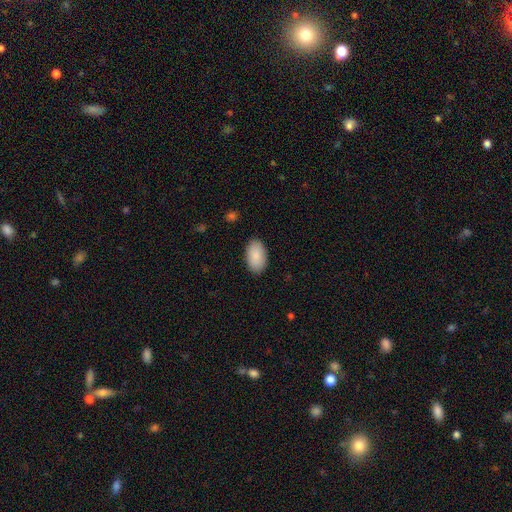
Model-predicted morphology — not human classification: A smooth galaxy with no disk features (90%) that is in between round and cigar-shaped (95%). Merging: none (88%).